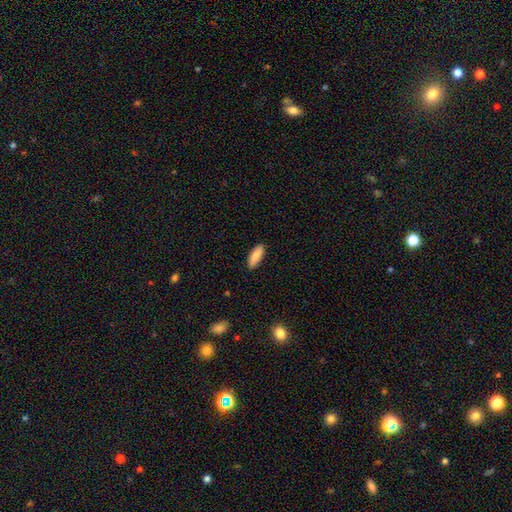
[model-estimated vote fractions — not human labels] This appears to be a smooth galaxy with no disk features (85%) that is in between round and cigar-shaped (65%). Merging: none (88%).